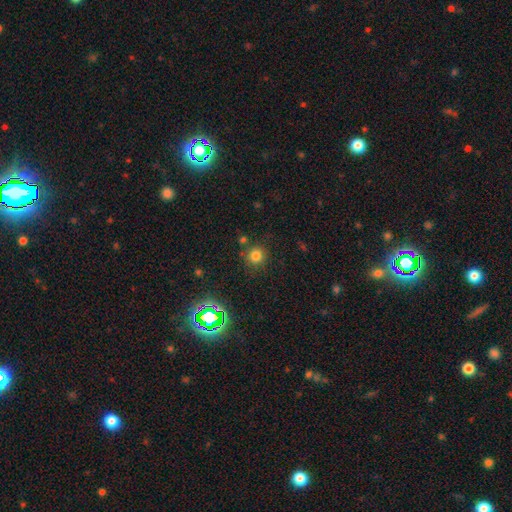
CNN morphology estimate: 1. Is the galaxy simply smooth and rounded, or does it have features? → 75% smooth, 18% star or artifact, 7% featured or disk.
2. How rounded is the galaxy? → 92% round, 7% in between, 1% cigar-shaped.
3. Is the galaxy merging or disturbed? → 81% none, 9% minor disturbance, 7% merger, 4% major disturbance.